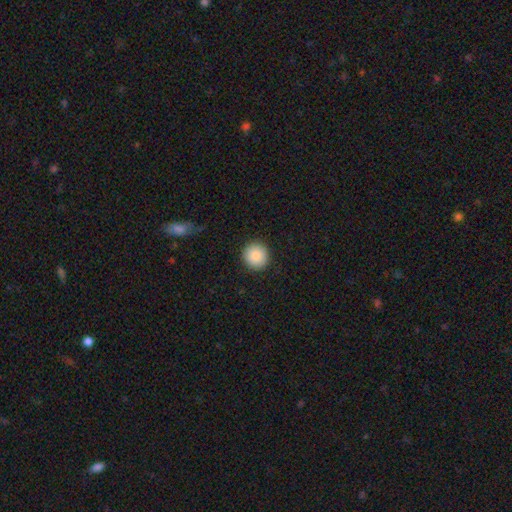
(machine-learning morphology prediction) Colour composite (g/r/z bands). It shows a smooth galaxy with no disk features (87%) that is round (93%). Merging: none (91%).